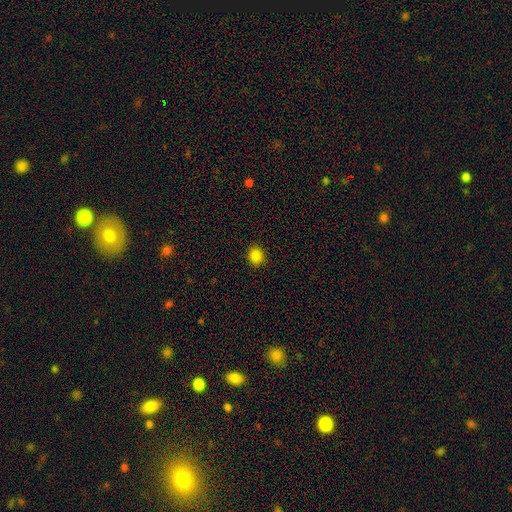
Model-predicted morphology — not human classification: smooth_or_featured: smooth (p=0.85) [alt: star or artifact p=0.12]
how_rounded: round (p=0.76) [alt: in between p=0.24]
merging: none (p=0.90) [alt: minor disturbance p=0.07]